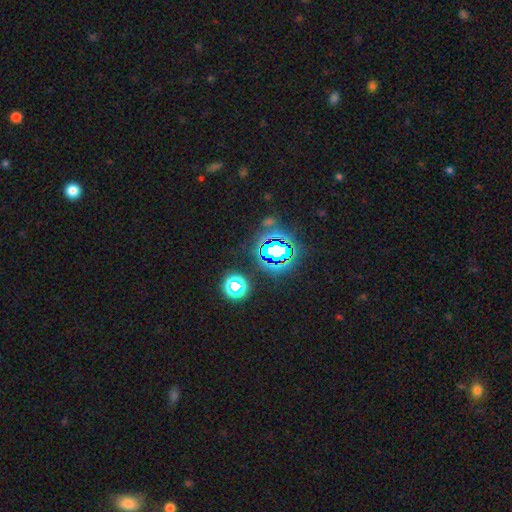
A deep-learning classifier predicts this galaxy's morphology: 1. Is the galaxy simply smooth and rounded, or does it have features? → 77% star or artifact, 16% smooth, 7% featured or disk.